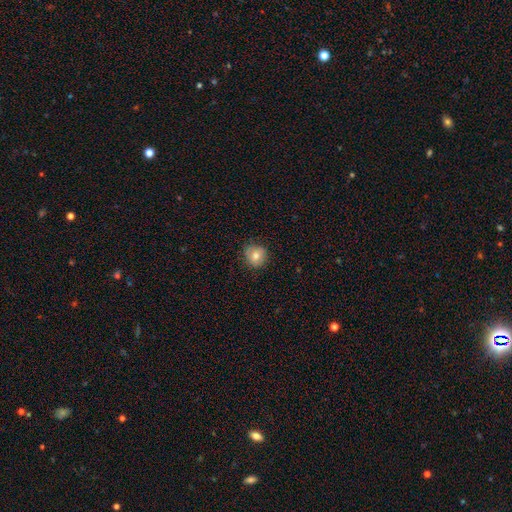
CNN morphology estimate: This is likely a smooth galaxy (76%). How rounded: clearly round (86%). Merging: likely none (80%).